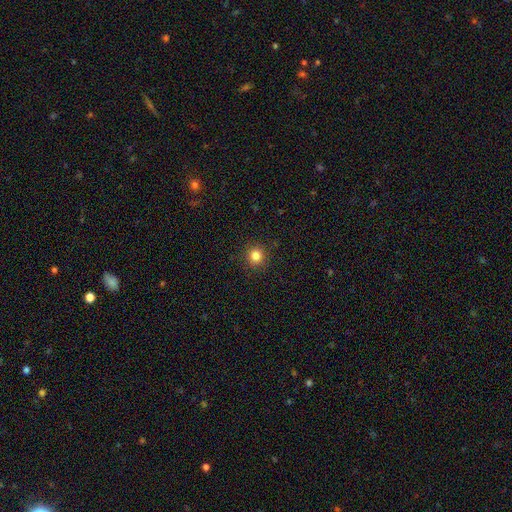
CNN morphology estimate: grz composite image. It shows a smooth galaxy with no disk features (83%) that is round (91%). Merging: none (91%).